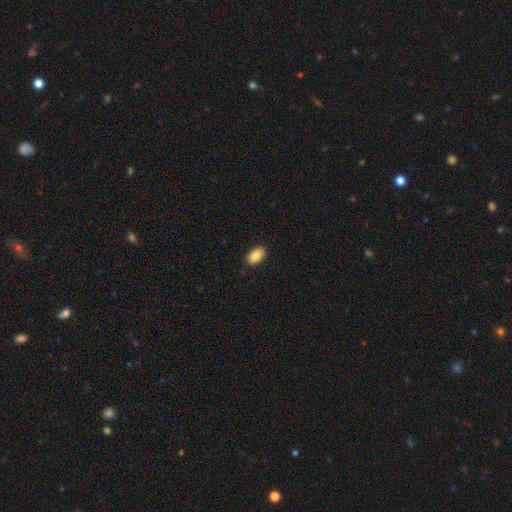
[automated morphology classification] Q: Smooth or featured?
A: smooth (88%); runner-up: star or artifact (7%)
Q: How rounded?
A: in between (93%); runner-up: round (5%)
Q: Merging?
A: none (88%); runner-up: minor disturbance (9%)